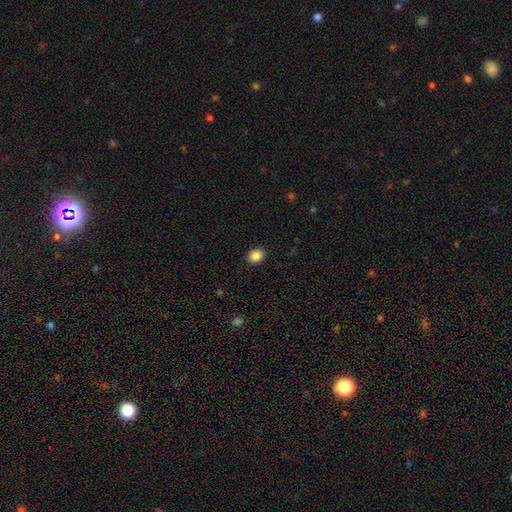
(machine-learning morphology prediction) smooth 87%, star or artifact 9%, featured or disk 4%. Down the decision tree: how rounded — in between (51%); merging — none (90%).